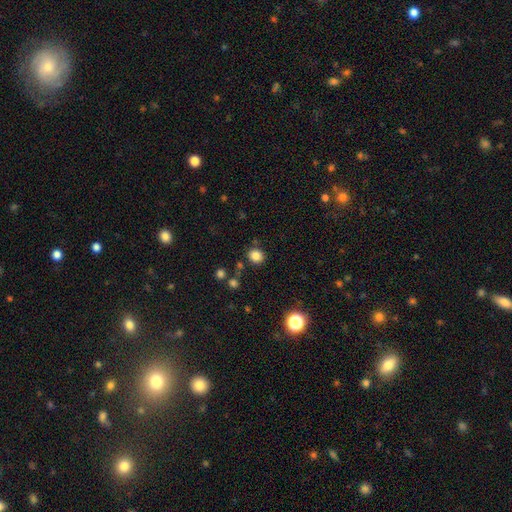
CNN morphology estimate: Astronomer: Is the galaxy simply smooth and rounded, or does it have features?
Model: smooth — 82%.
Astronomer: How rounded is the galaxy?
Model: round — 79%.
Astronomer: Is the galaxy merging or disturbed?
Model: none — 82%.